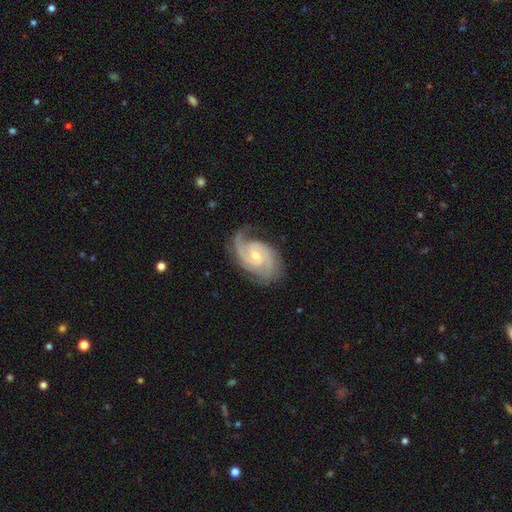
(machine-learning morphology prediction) Smooth or featured?
  - featured or disk: 91% *
  - smooth: 5%
  - star or artifact: 4%
Edge-on disk?
  - no: 97% *
  - yes: 3%
Bar?
  - no: 57% *
  - weak: 37%
  - strong: 6%
Spiral arms?
  - yes: 98% *
  - no: 2%
Spiral winding?
  - tight: 48% *
  - medium: 43%
  - loose: 10%
Spiral arm count?
  - 2: 52% *
  - 3: 26%
  - can't tell: 9%
  - 1: 5%
  - 4: 4%
  - more than 4: 3%
Bulge size?
  - small: 50% *
  - moderate: 47%
  - large: 2%
  - none: 1%
  - dominant: 1%
Merging?
  - none: 70% *
  - minor disturbance: 20%
  - major disturbance: 9%
  - merger: 1%